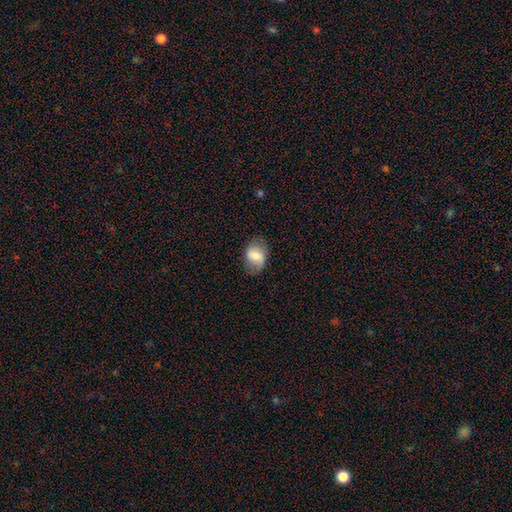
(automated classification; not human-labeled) The model was most divided on "smooth or featured": smooth: 65%, featured or disk: 28%, star or artifact: 8%. More confident: merging — none (76%); how rounded — in between (72%).